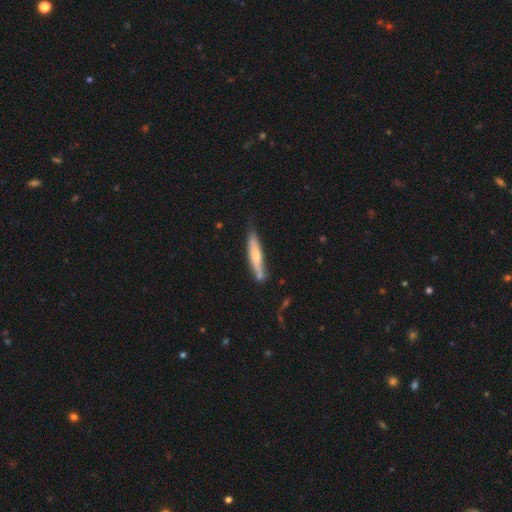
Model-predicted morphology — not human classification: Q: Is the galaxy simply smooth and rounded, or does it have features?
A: smooth — 49%.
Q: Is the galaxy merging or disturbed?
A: none — 64%.